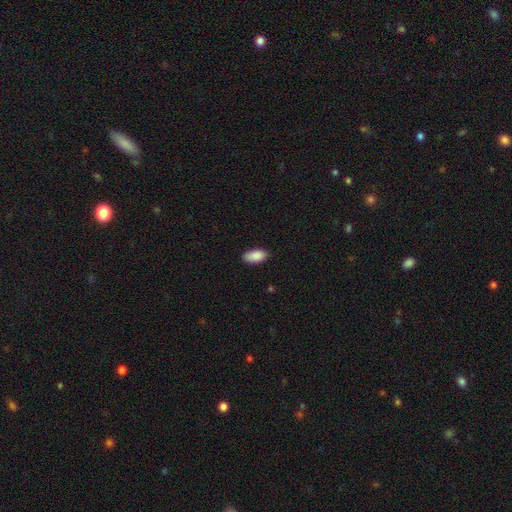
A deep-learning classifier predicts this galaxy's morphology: The model was most divided on "merging": none: 84%, minor disturbance: 13%, major disturbance: 2%, merger: 1%. More confident: how rounded — in between (93%); smooth or featured — smooth (89%).